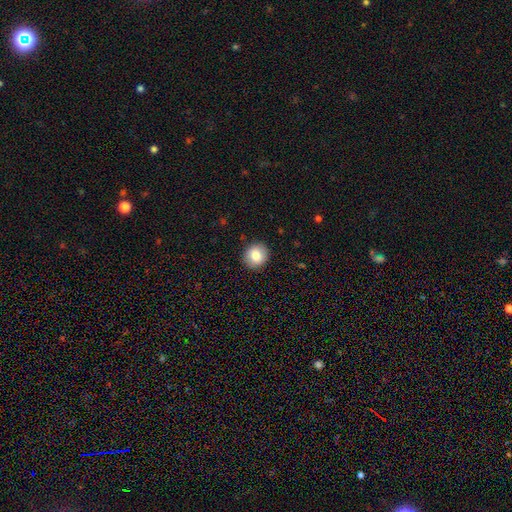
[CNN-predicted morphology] The model was most divided on "smooth or featured": smooth: 82%, featured or disk: 10%, star or artifact: 8%. More confident: merging — none (91%); how rounded — round (90%).